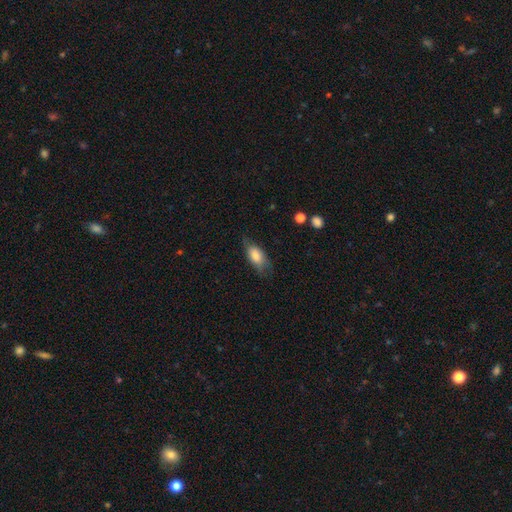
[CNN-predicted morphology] type=smooth (77%); roundness=in between (86%); merging=none (65%).